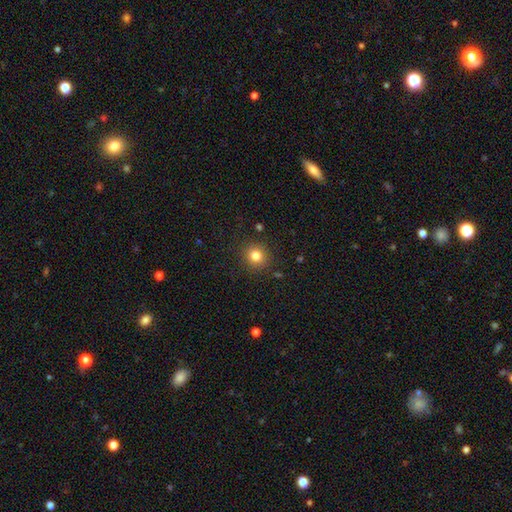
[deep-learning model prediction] smooth 82%, star or artifact 12%, featured or disk 6%. Down the decision tree: how rounded — round (91%); merging — none (89%).